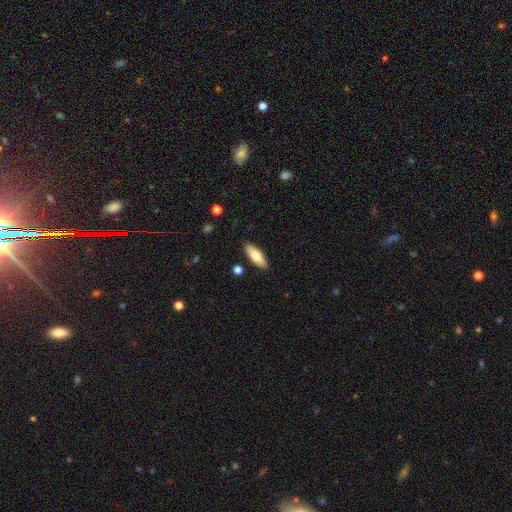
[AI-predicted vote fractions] Overall: smooth (71%). How rounded: in between (64%; cigar-shaped 34%). Merging: none (88%).